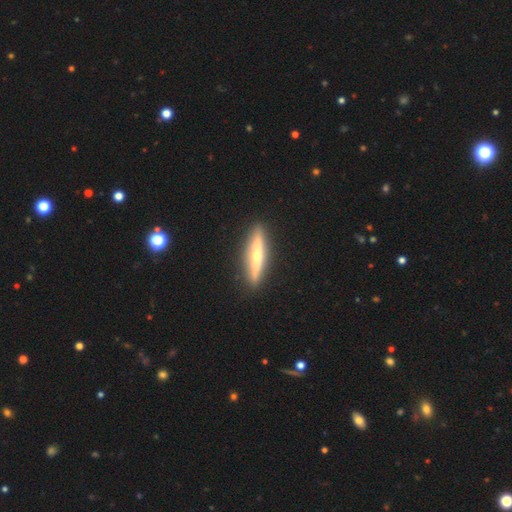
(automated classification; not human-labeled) Smooth or featured? featured or disk (59%)
Edge-on disk? yes (93%)
Edge-on bulge? rounded (85%)
Merging? none (91%)